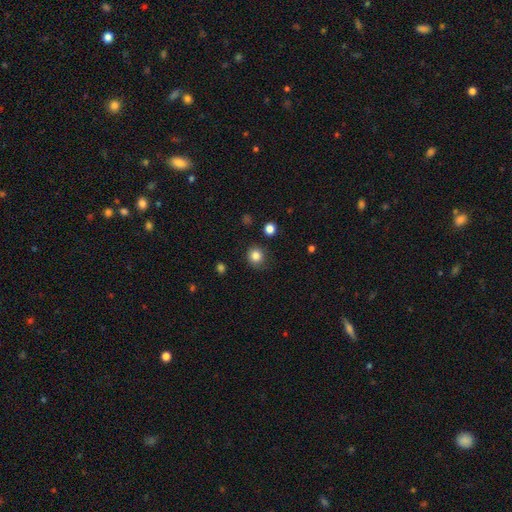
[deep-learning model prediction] This is clearly a smooth galaxy (84%). How rounded: clearly round (89%). Merging: clearly none (86%).